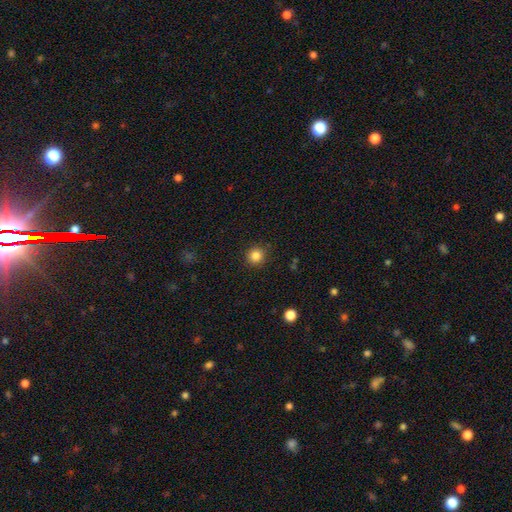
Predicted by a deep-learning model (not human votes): Overall: smooth (85%). How rounded: round (94%). Merging: none (91%).